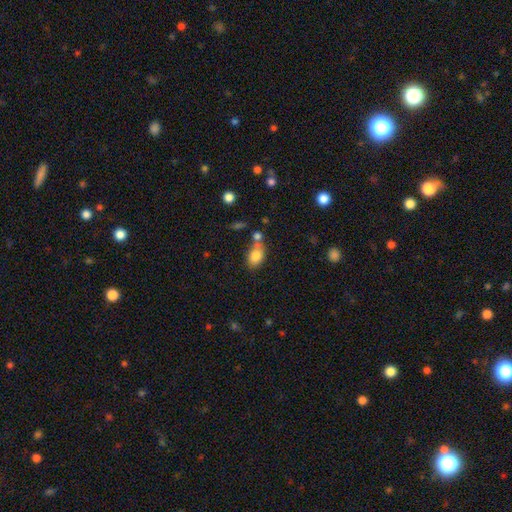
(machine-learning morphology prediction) Overall: smooth (80%). How rounded: in between (79%). Merging: none (47%; merger 29%).